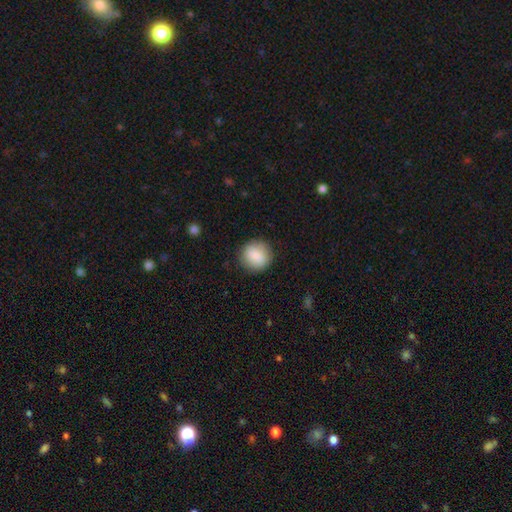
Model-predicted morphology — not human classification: Smooth or featured: smooth — 86% (star or artifact — 7%)
How rounded: round — 89% (in between — 10%)
Merging: none — 88% (minor disturbance — 8%)